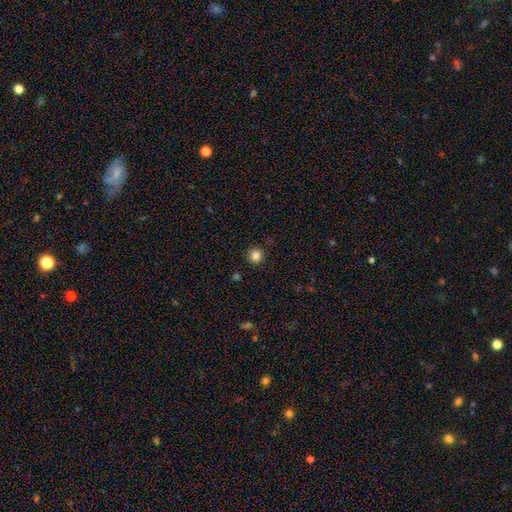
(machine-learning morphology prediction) Smooth or featured? smooth (84%)
How rounded? round (95%)
Merging? none (92%)